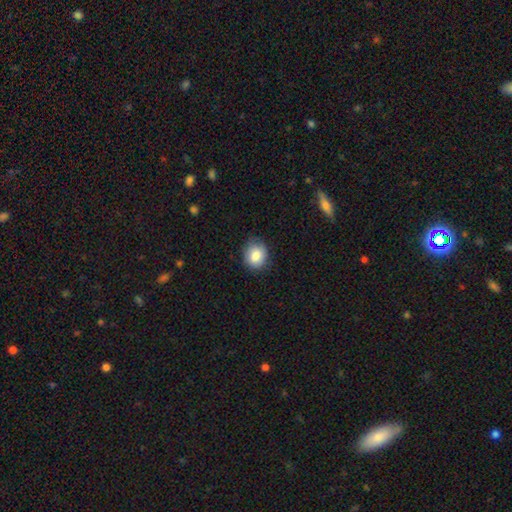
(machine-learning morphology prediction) type=smooth (84%); roundness=round (60%); merging=none (78%).